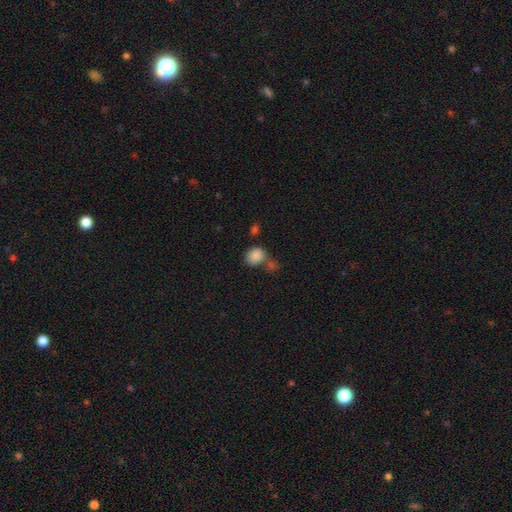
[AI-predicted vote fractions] Overall: smooth (86%). How rounded: round (50%; in between 49%). Merging: none (50%; merger 29%).